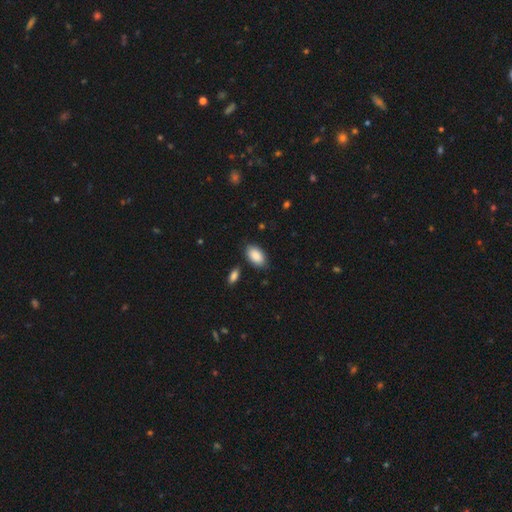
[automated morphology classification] smooth_or_featured: smooth (p=0.89) [alt: star or artifact p=0.06]
how_rounded: in between (p=0.94) [alt: round p=0.04]
merging: none (p=0.82) [alt: minor disturbance p=0.12]